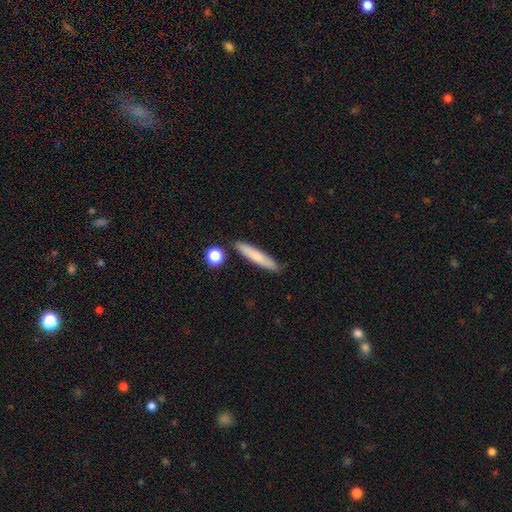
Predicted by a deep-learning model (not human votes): This is likely a smooth galaxy (75%). How rounded: clearly cigar-shaped (90%). Merging: clearly none (85%).